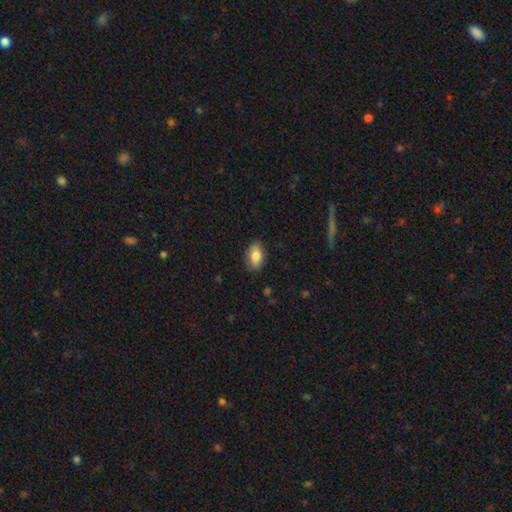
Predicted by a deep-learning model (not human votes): Overall: smooth (81%). How rounded: in between (90%). Merging: none (84%).